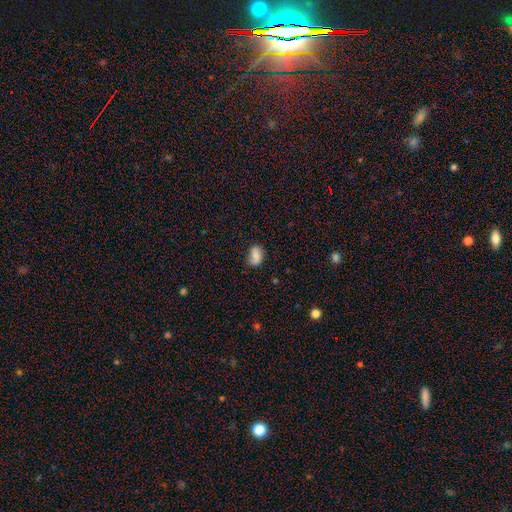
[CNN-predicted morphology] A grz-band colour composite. It shows a smooth galaxy with no disk features (76%) that is in between round and cigar-shaped (86%). Merging: none (59%).